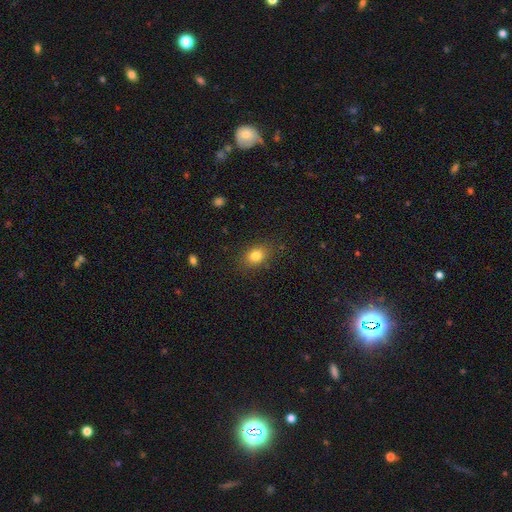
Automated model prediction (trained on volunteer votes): Smooth or featured? smooth (82%)
How rounded? in between (62%)
Merging? none (84%)